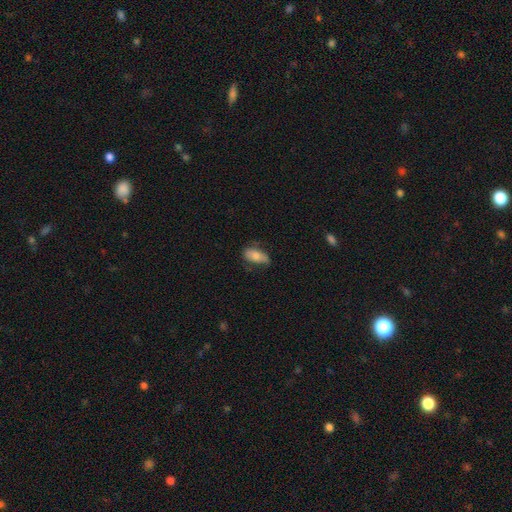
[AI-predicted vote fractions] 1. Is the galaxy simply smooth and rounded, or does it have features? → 72% smooth, 21% featured or disk, 7% star or artifact.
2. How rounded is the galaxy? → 90% in between, 6% cigar-shaped, 4% round.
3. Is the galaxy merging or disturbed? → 57% none, 32% minor disturbance, 9% major disturbance, 2% merger.